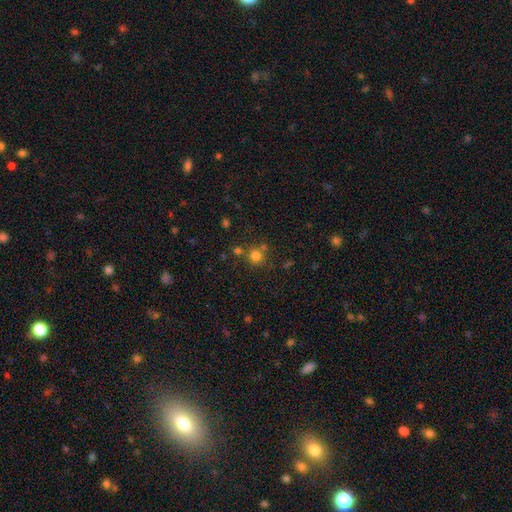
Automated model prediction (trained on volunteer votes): smooth-or-featured: smooth: 76% | star or artifact: 17% | featured or disk: 7%
  how-rounded: round: 91% | in between: 8% | cigar-shaped: 1%
  merging: none: 68% | merger: 19% | minor disturbance: 9% | major disturbance: 4%